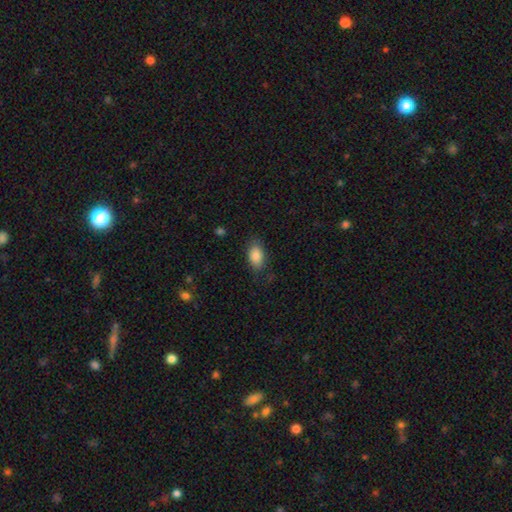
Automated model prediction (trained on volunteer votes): smooth-or-featured: smooth: 85% | star or artifact: 7% | featured or disk: 7%
  how-rounded: in between: 90% | round: 7% | cigar-shaped: 3%
  merging: none: 78% | minor disturbance: 16% | major disturbance: 5% | merger: 1%